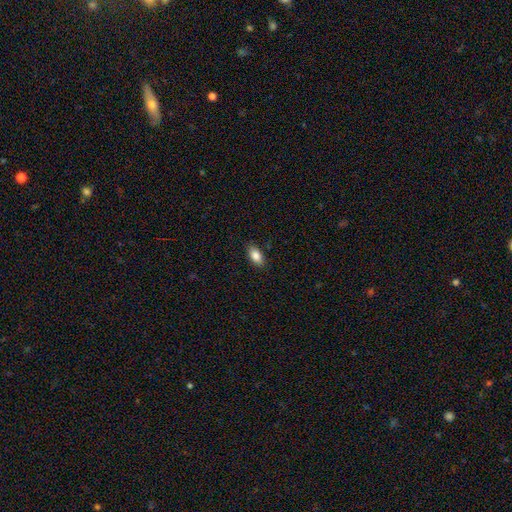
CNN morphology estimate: The model was most divided on "merging": none: 86%, minor disturbance: 10%, major disturbance: 2%, merger: 1%. More confident: how rounded — in between (90%); smooth or featured — smooth (84%).